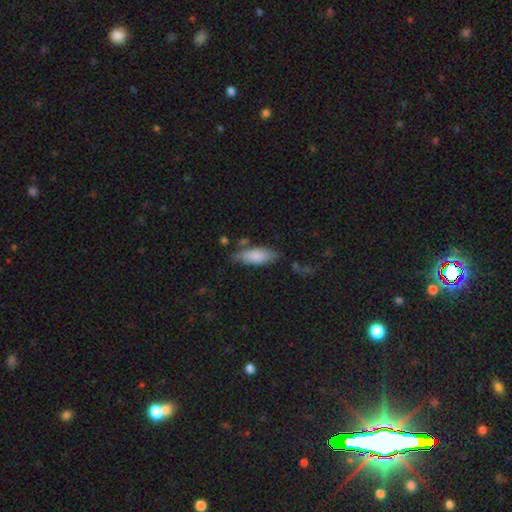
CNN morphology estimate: A smooth galaxy with no disk features (83%) that is in between round and cigar-shaped (75%). Merging: none (67%).